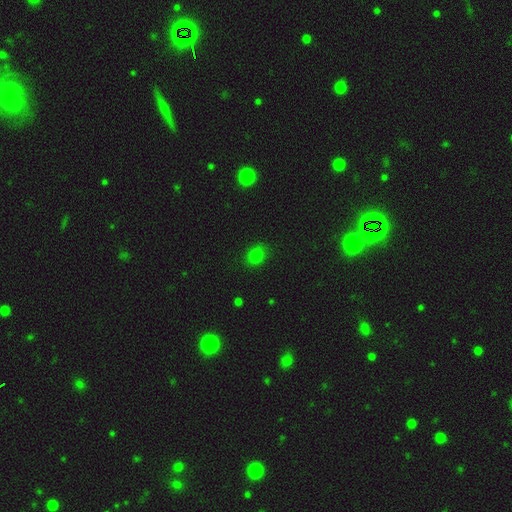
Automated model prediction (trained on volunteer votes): Morphology: type=smooth (78%); roundness=round (63%); merging=none (83%).